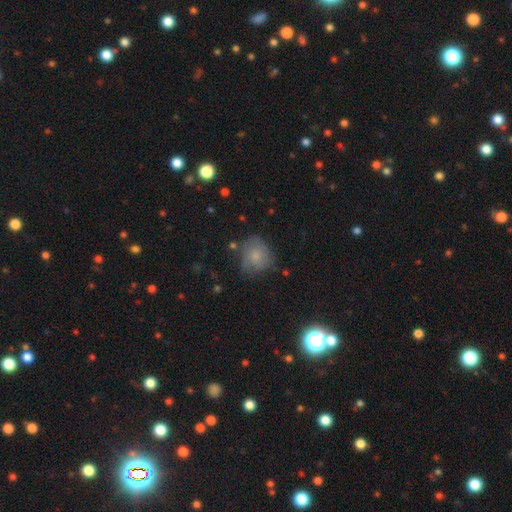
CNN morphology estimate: The model was most divided on "merging": none: 57%, minor disturbance: 28%, major disturbance: 11%, merger: 4%. More confident: how rounded — round (75%); smooth or featured — smooth (71%).